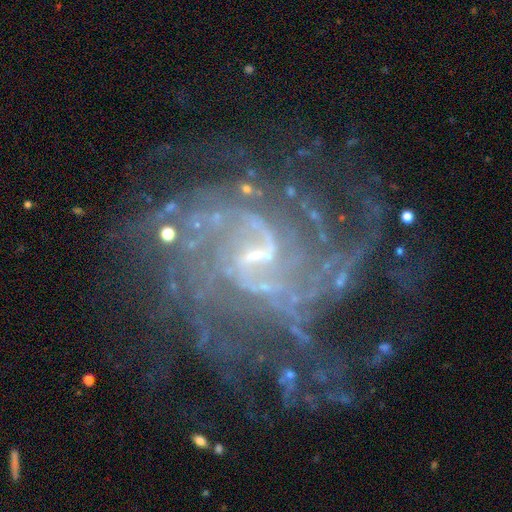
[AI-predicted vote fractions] featured or disk 89%, star or artifact 8%, smooth 3%. Down the decision tree: edge-on disk — no (98%); bar — weak (57%); spiral arms — yes (96%); spiral arm count — can't tell (30%); spiral winding — tight (51%); bulge size — small (67%); merging — none (66%).